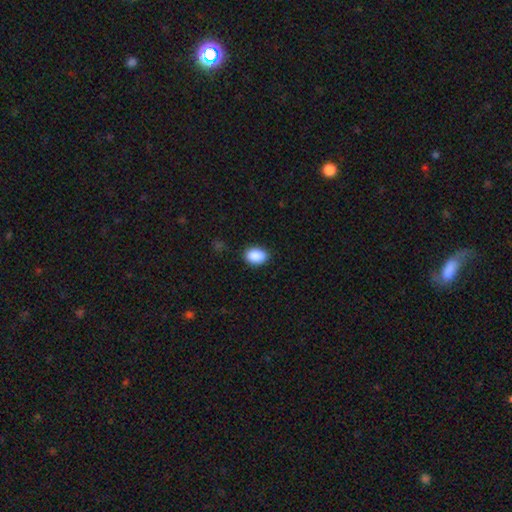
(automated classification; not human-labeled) smooth 89%, star or artifact 8%, featured or disk 3%. Down the decision tree: how rounded — in between (83%); merging — none (86%).